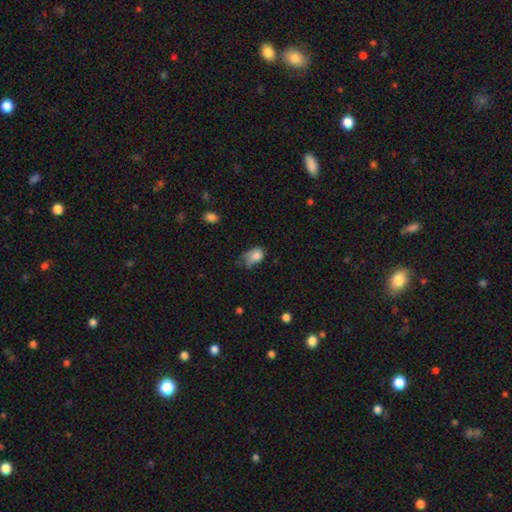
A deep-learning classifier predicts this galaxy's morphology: This is likely a smooth galaxy (76%). How rounded: likely in between (78%). Merging: marginally minor disturbance (36%).